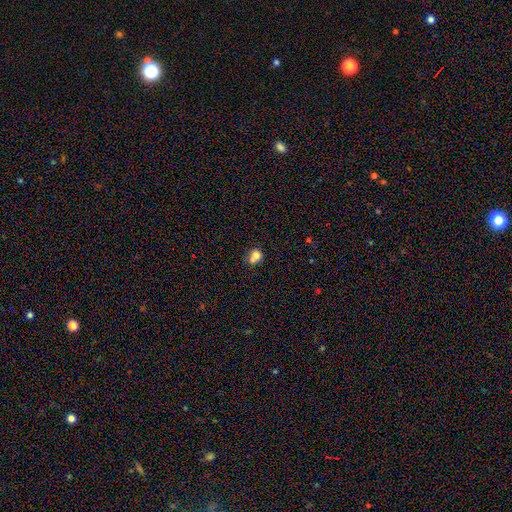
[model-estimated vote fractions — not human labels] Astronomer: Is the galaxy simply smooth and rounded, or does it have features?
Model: smooth — 75%.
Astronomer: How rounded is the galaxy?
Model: round — 70%.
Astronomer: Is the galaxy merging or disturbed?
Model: none — 44% (runner-up: merger, 34%).